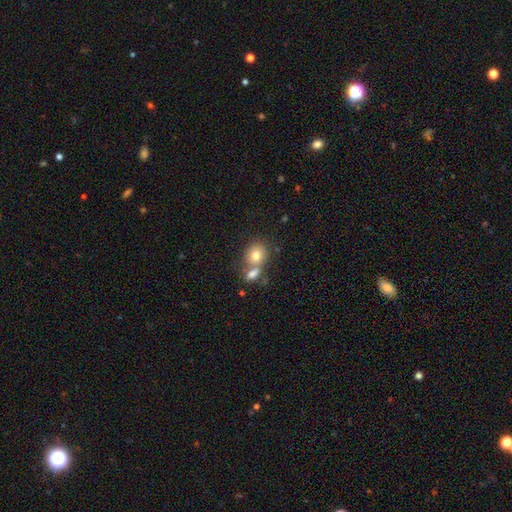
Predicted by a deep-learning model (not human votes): A smooth galaxy with no disk features (77%) that is round (66%).

Vote fractions:
- Smooth or featured? smooth: 77% / featured or disk: 13% / star or artifact: 10%
- How rounded? round: 66% / in between: 33% / cigar-shaped: 1%
- Merging? merger: 45% / none: 42% / minor disturbance: 9% / major disturbance: 4%